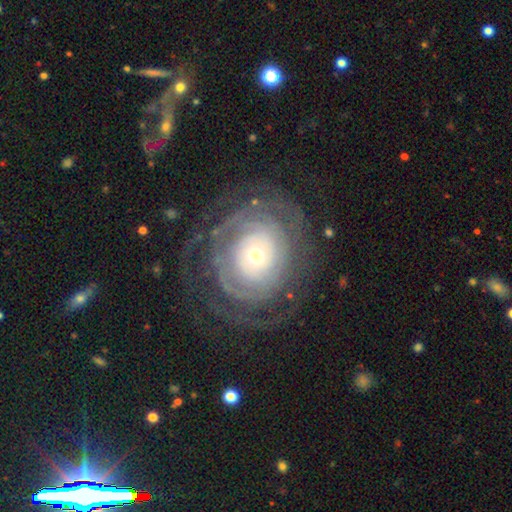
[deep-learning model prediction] A featured or disk galaxy (82%) with no bar (80%), tight (76%) spiral arms (88%) and a small central bulge (48%). Merging: none (71%).